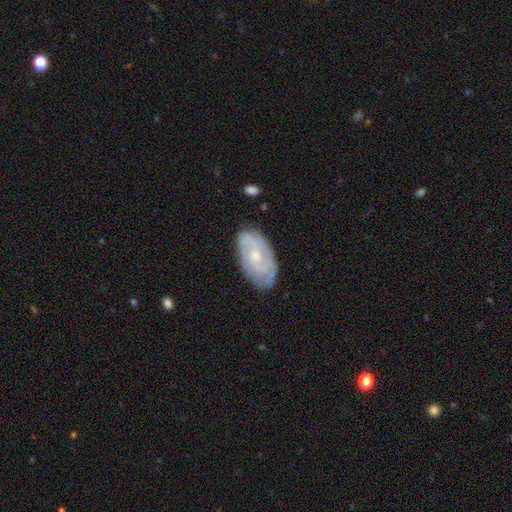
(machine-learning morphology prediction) This appears to be a featured or disk galaxy (75%) with no bar (66%), tight (62%) spiral arms (88%) and a small central bulge (56%). Merging: none (76%).